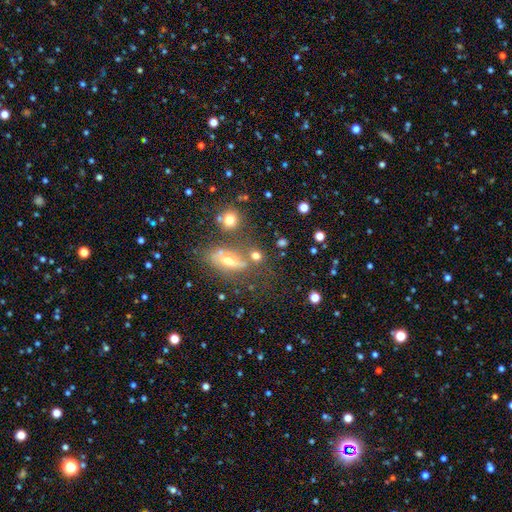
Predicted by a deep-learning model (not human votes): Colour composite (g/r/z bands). It shows a smooth galaxy with no disk features (64%) that is round (55%). Merging: none (57%).